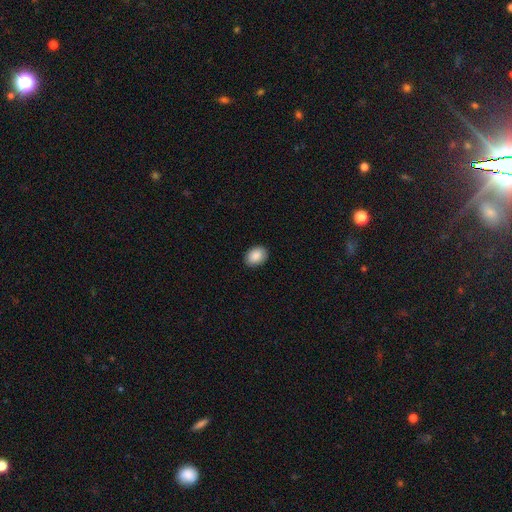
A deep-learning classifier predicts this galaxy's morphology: smooth-or-featured: smooth: 89% | star or artifact: 7% | featured or disk: 4%
  how-rounded: in between: 78% | round: 21% | cigar-shaped: 1%
  merging: none: 88% | minor disturbance: 9% | major disturbance: 2% | merger: 1%